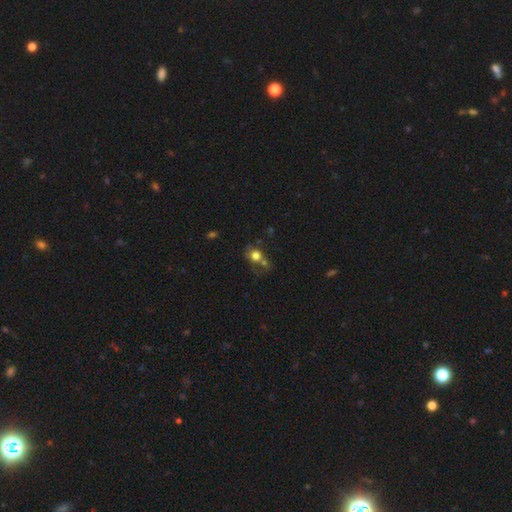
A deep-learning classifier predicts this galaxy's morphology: This is likely a smooth galaxy (71%). How rounded: likely round (71%). Merging: marginally none (38%).